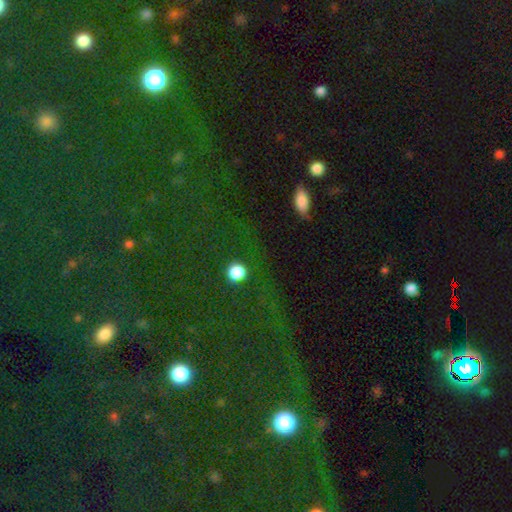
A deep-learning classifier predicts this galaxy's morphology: Smooth or featured? star or artifact (66%)